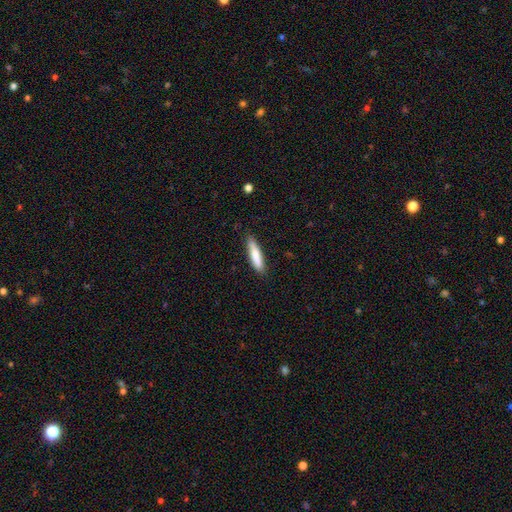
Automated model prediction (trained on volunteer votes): smooth_or_featured: smooth (p=0.79) [alt: featured or disk p=0.15]
how_rounded: cigar-shaped (p=0.80) [alt: in between p=0.19]
merging: none (p=0.85) [alt: minor disturbance p=0.12]